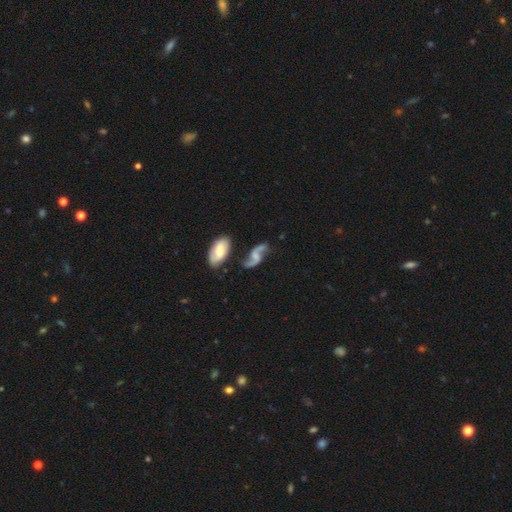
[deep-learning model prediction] featured or disk 83%, smooth 11%, star or artifact 6%. Down the decision tree: edge-on disk — no (96%); bar — weak (44%, tied with no); spiral arms — yes (95%); spiral arm count — 2 (92%); spiral winding — loose (81%); bulge size — none (44%); merging — none (59%).